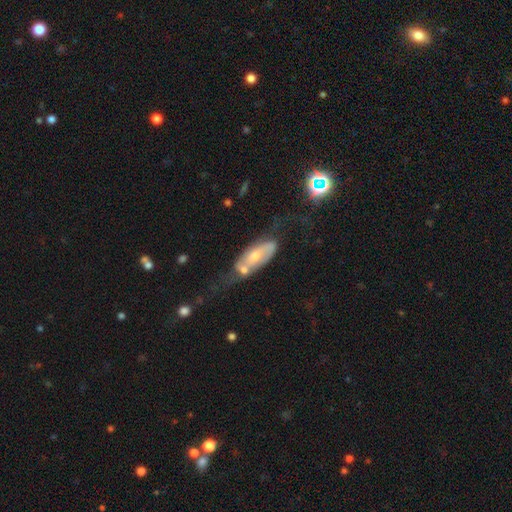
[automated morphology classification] This is possibly a featured or disk galaxy (55%). It is clearly not viewed edge-on (82%). Merging: marginally none (33%).